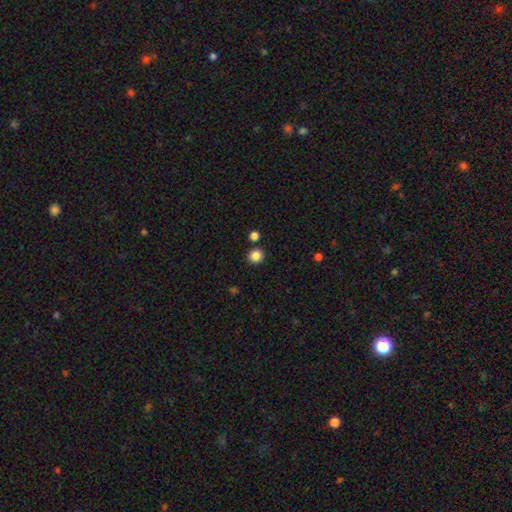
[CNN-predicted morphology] smooth_or_featured: smooth (p=0.85) [alt: star or artifact p=0.11]
how_rounded: round (p=0.93) [alt: in between p=0.06]
merging: none (p=0.87) [alt: minor disturbance p=0.06]